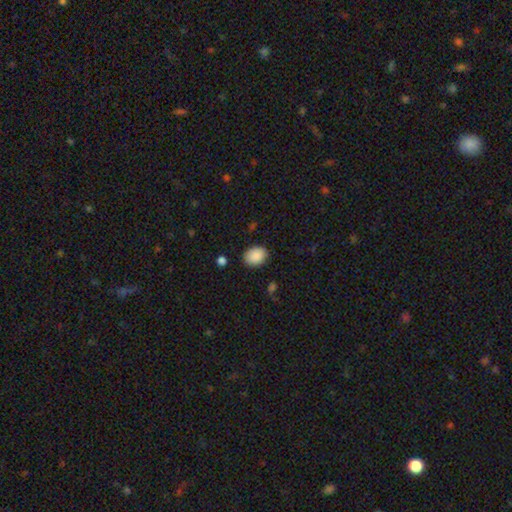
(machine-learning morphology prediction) smooth-or-featured: smooth: 89% | star or artifact: 7% | featured or disk: 3%
  how-rounded: in between: 68% | round: 32% | cigar-shaped: 1%
  merging: none: 84% | minor disturbance: 11% | major disturbance: 3% | merger: 1%